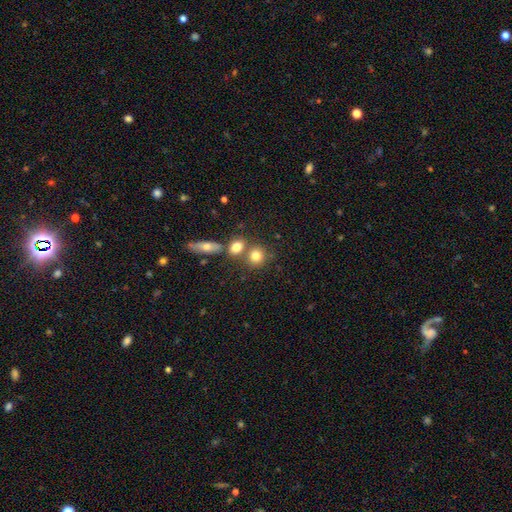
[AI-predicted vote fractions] smooth-or-featured: smooth: 79% | star or artifact: 11% | featured or disk: 10%
  how-rounded: round: 77% | in between: 21% | cigar-shaped: 2%
  merging: none: 58% | merger: 29% | minor disturbance: 9% | major disturbance: 3%